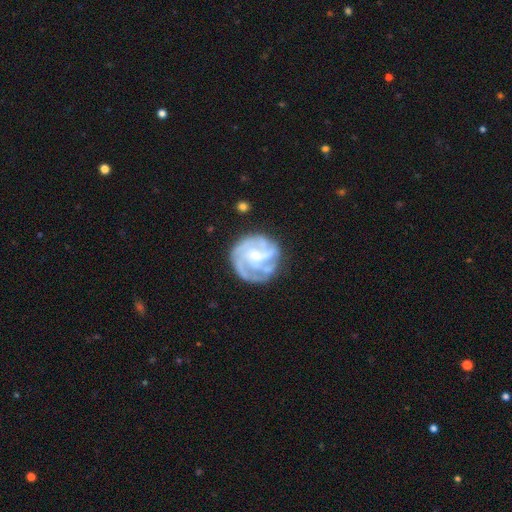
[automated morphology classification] smooth_or_featured: featured or disk (p=0.83) [alt: smooth p=0.11]
disk_edge_on: no (p=0.98) [alt: yes p=0.02]
bar: no (p=0.58) [alt: weak p=0.34]
has_spiral_arms: yes (p=0.93) [alt: no p=0.07]
spiral_winding: tight (p=0.58) [alt: medium p=0.34]
spiral_arm_count: 3 (p=0.35) [alt: can't tell p=0.22]
bulge_size: small (p=0.56) [alt: moderate p=0.34]
merging: none (p=0.71) [alt: minor disturbance p=0.17]